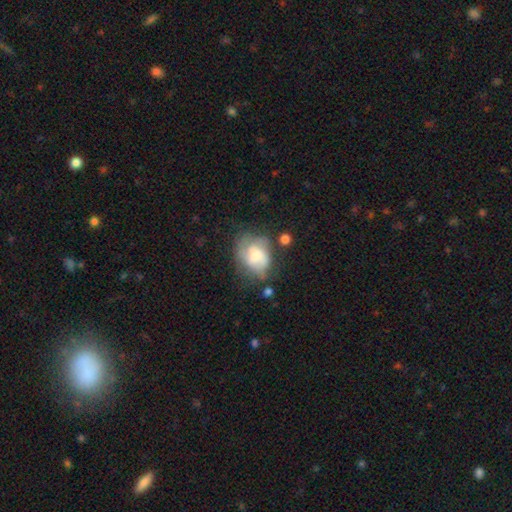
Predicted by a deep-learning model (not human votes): Overall: smooth (47%; featured or disk 45%). Merging: none (43%; minor disturbance 29%).